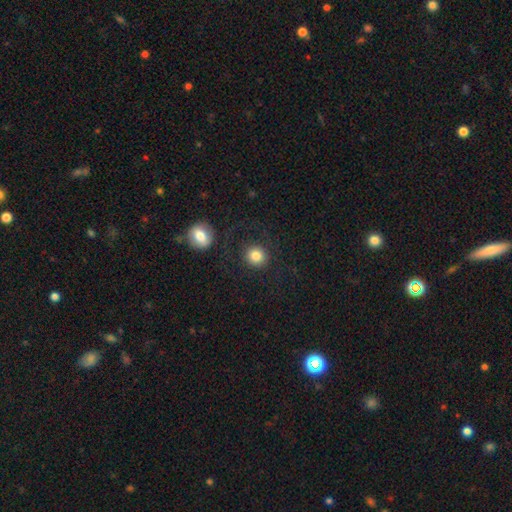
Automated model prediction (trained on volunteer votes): The model was most divided on "smooth or featured": smooth: 83%, star or artifact: 10%, featured or disk: 7%. More confident: how rounded — round (91%); merging — none (82%).